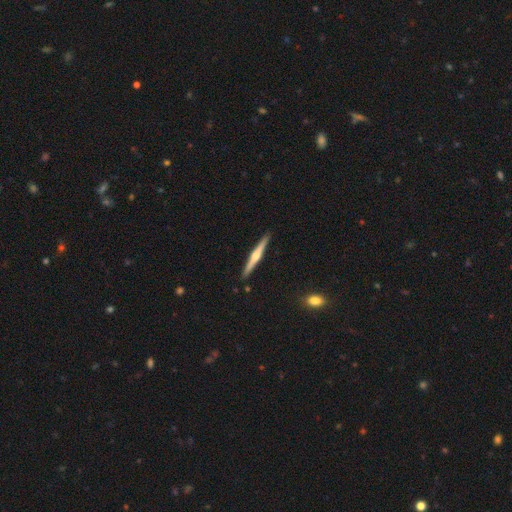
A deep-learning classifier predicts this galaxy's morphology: This is likely a featured or disk galaxy (69%). It is clearly viewed edge-on (98%). Edge-on bulge: clearly rounded (87%). Merging: clearly none (91%).